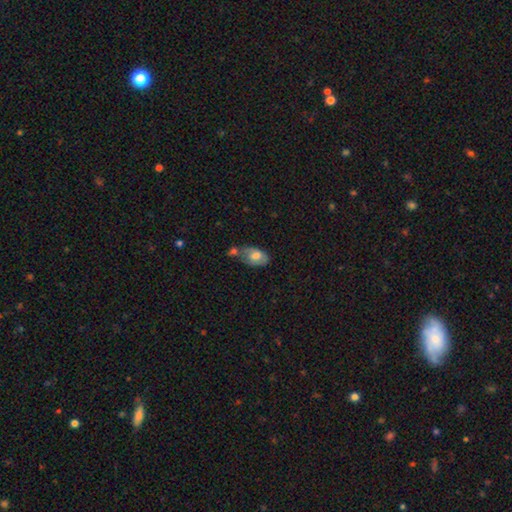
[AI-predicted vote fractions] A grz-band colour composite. It shows a smooth galaxy with no disk features (60%) that is in between round and cigar-shaped (90%). Merging: merger (33%).